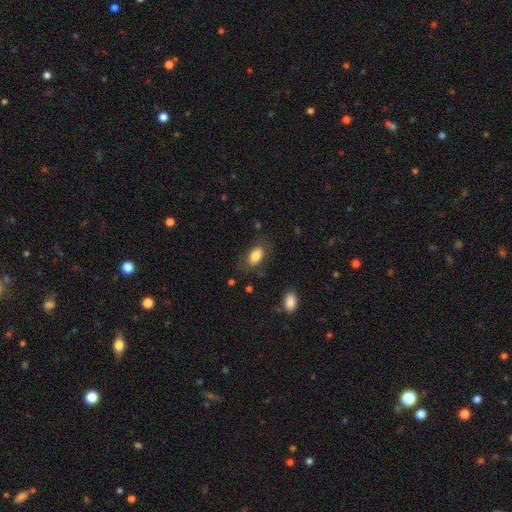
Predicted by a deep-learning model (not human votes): Smooth or featured: smooth — 82% (featured or disk — 11%)
How rounded: in between — 91% (round — 5%)
Merging: none — 78% (minor disturbance — 15%)